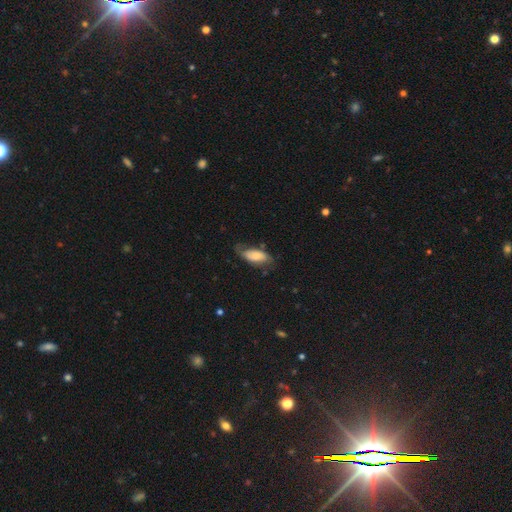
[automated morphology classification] smooth-or-featured: smooth: 64% | featured or disk: 29% | star or artifact: 7%
  how-rounded: in between: 86% | cigar-shaped: 11% | round: 3%
  merging: none: 51% | minor disturbance: 31% | major disturbance: 16% | merger: 2%